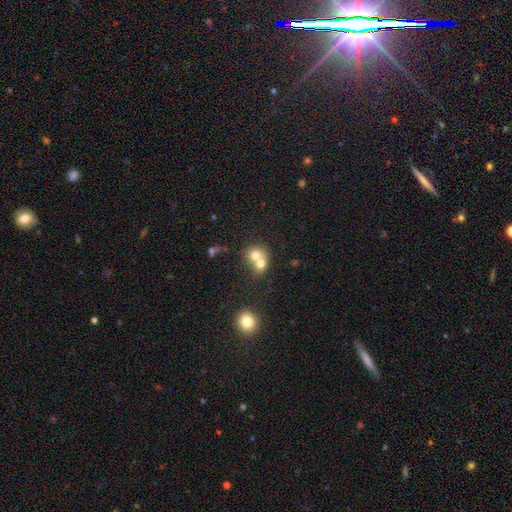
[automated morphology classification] smooth_or_featured: smooth (p=0.70) [alt: featured or disk p=0.20]
how_rounded: round (p=0.73) [alt: in between p=0.26]
merging: merger (p=0.68) [alt: none p=0.24]